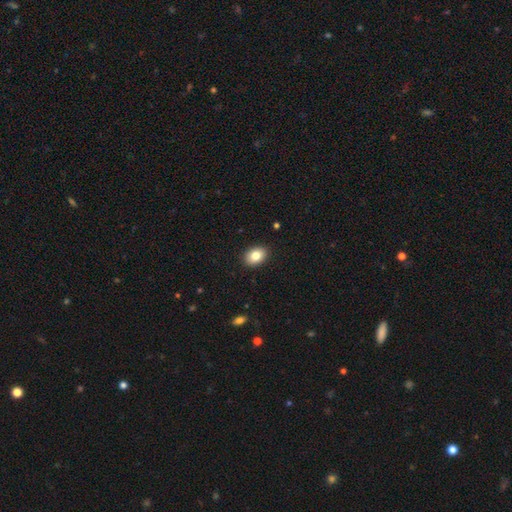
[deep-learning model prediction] Smooth or featured? smooth (83%)
How rounded? in between (75%)
Merging? none (90%)